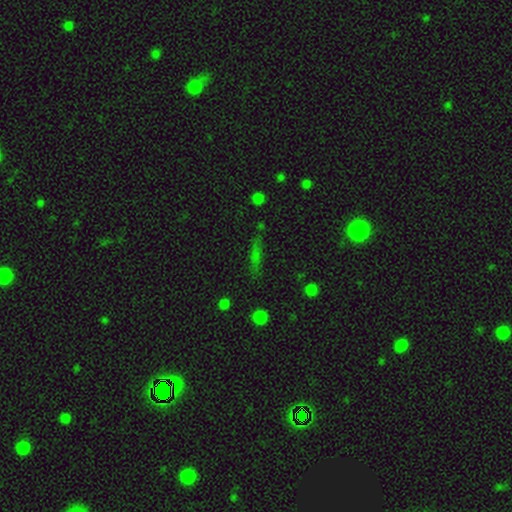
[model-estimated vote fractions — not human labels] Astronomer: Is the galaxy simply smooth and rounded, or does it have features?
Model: smooth — 51% (runner-up: star or artifact, 31%).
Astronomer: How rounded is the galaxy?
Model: cigar-shaped — 66%.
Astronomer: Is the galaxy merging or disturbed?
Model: none — 77%.